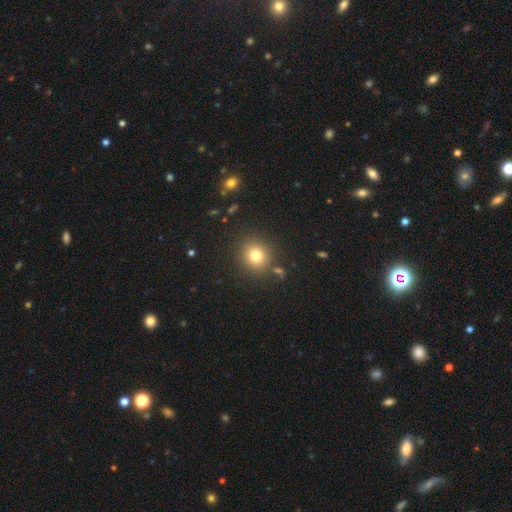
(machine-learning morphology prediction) This is likely a smooth galaxy (78%). How rounded: clearly round (88%). Merging: clearly none (86%).